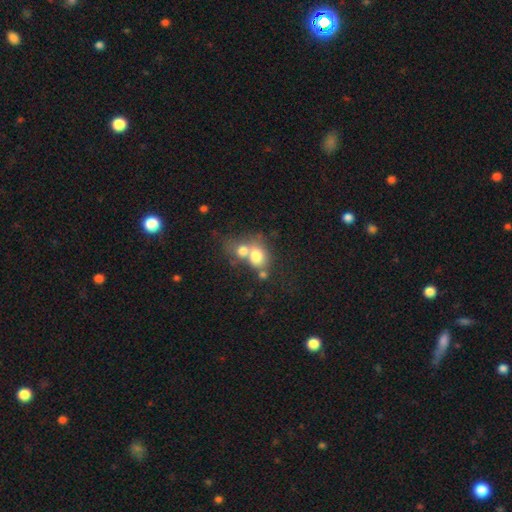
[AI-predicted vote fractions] This is likely a smooth galaxy (72%). How rounded: possibly round (57%). Merging: likely merger (63%).